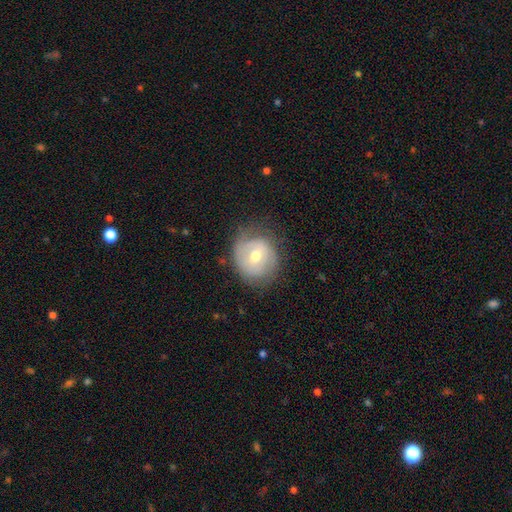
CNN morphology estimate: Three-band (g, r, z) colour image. It shows a featured or disk galaxy (51%). Merging: none (66%).